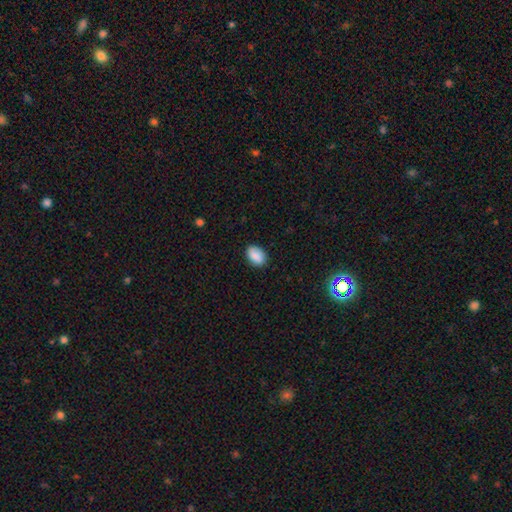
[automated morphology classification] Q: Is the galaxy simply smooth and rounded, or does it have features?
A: smooth — 87%.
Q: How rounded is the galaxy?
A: in between — 86%.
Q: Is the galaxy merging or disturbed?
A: none — 86%.